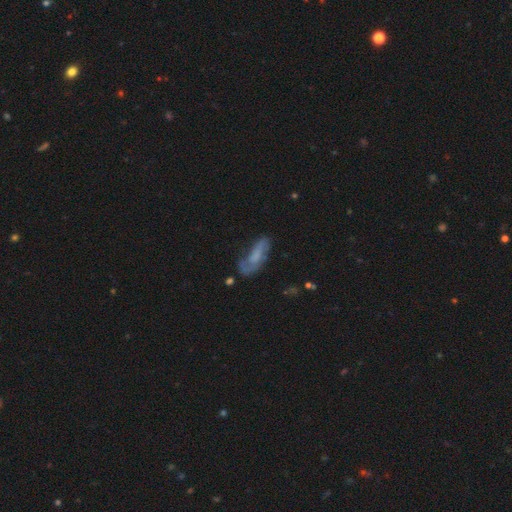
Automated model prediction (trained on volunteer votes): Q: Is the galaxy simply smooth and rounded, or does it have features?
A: featured or disk — 48%.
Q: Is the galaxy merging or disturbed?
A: none — 45%.